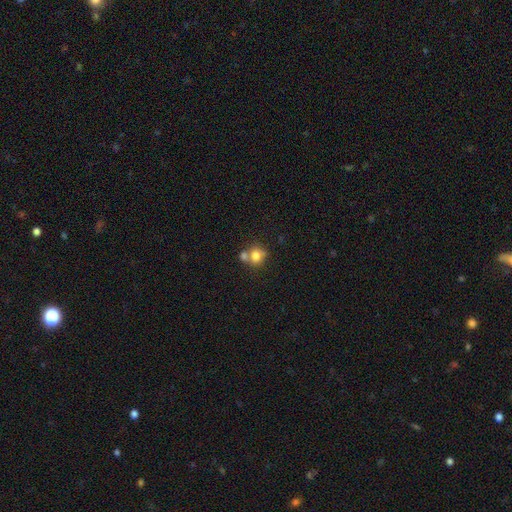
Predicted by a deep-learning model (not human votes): Morphology: type=smooth (76%); roundness=round (73%); merging=none (44%).